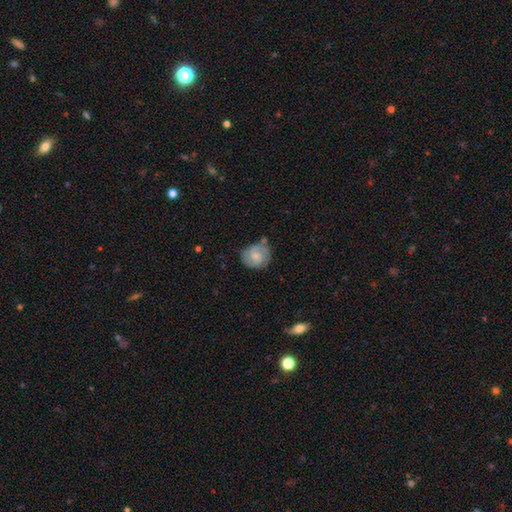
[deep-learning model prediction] Smooth or featured: smooth — 48% (featured or disk — 45%)
Merging: none — 60% (minor disturbance — 26%)